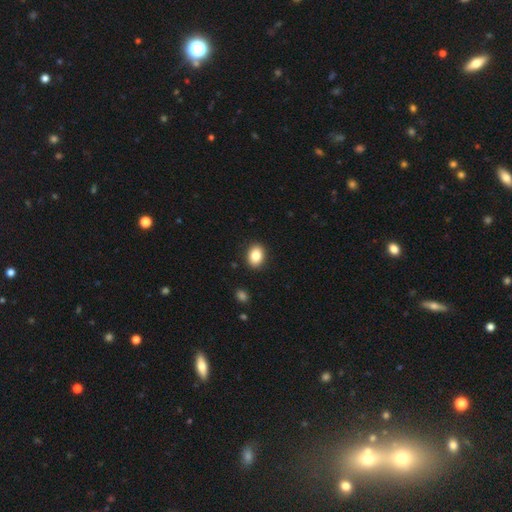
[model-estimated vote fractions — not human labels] A smooth galaxy with no disk features (85%) that is in between round and cigar-shaped (66%). Merging: none (91%).